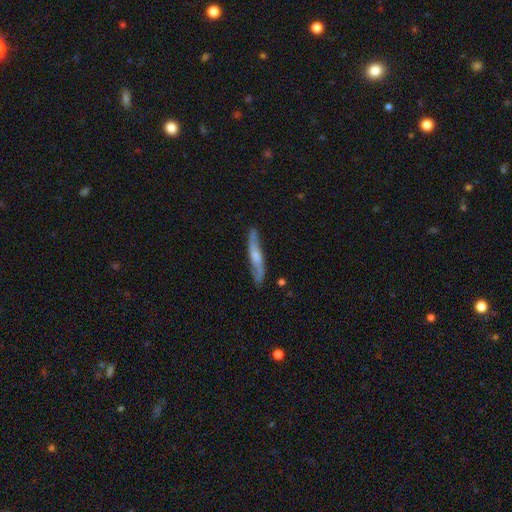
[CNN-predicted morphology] Smooth or featured? featured or disk (62%)
Edge-on disk? yes (61%)
Merging? none (82%)